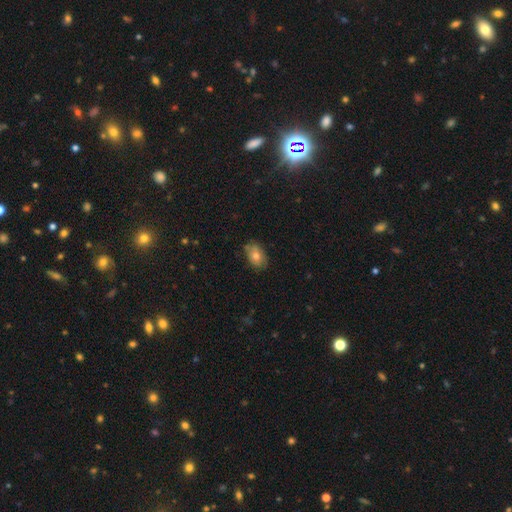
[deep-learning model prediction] Overall: smooth (72%). How rounded: in between (80%). Merging: none (74%).